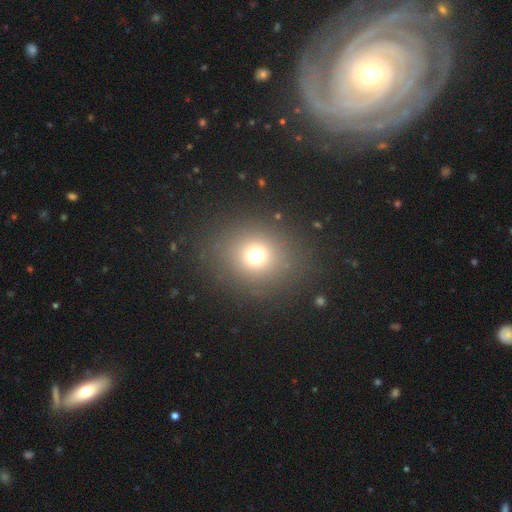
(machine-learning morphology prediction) Smooth or featured?
  - smooth: 70% *
  - star or artifact: 21%
  - featured or disk: 9%
How rounded?
  - round: 84% *
  - in between: 15%
  - cigar-shaped: 1%
Merging?
  - none: 86% *
  - minor disturbance: 7%
  - major disturbance: 5%
  - merger: 2%